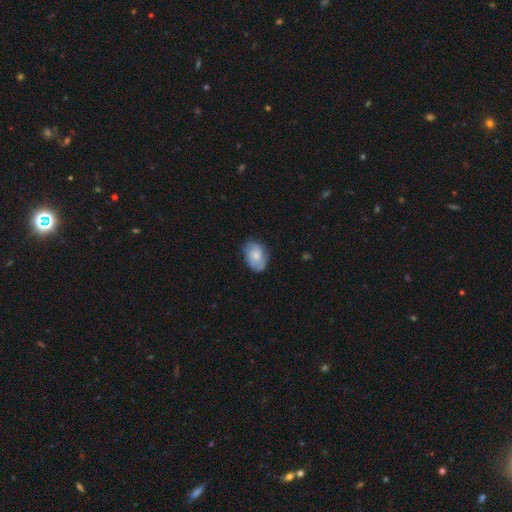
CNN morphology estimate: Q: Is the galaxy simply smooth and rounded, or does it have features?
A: smooth — 50%.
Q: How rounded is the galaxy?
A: in between — 79%.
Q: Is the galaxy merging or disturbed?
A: none — 72%.